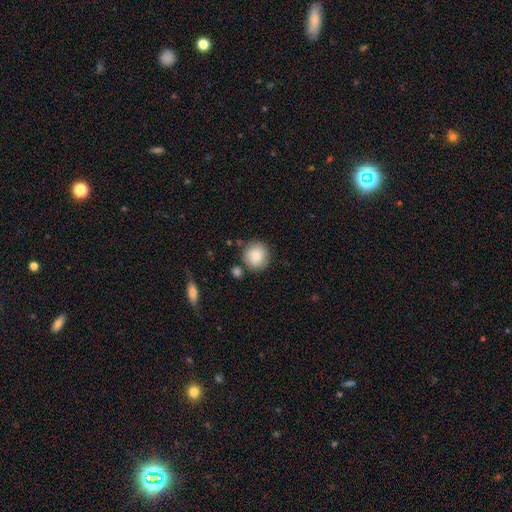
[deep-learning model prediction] Smooth or featured? smooth (84%)
How rounded? round (91%)
Merging? none (78%)